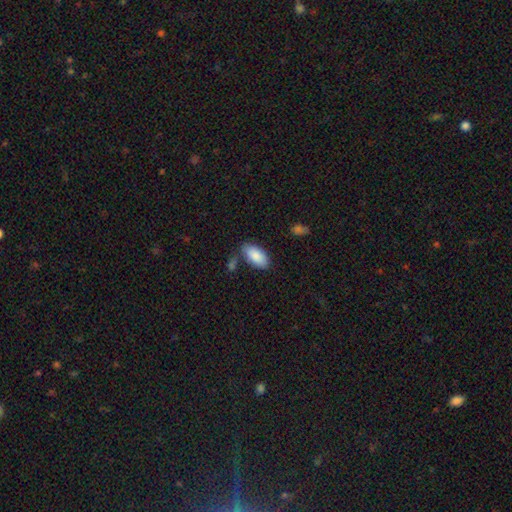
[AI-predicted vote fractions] A smooth galaxy with no disk features (86%) that is in between round and cigar-shaped (94%). Merging: none (73%).